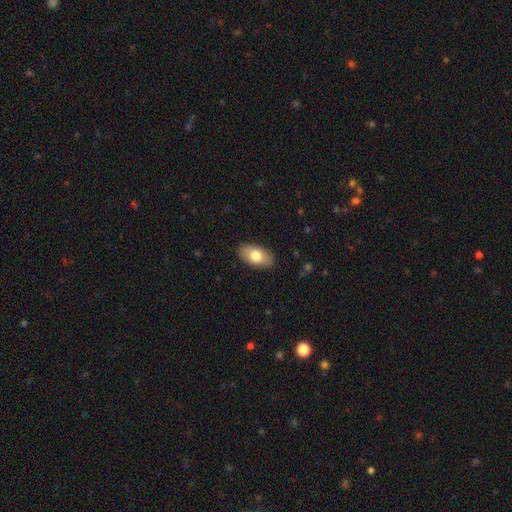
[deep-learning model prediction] smooth-or-featured: smooth: 76% | featured or disk: 18% | star or artifact: 6%
  how-rounded: in between: 93% | round: 4% | cigar-shaped: 3%
  merging: none: 88% | minor disturbance: 9% | major disturbance: 2% | merger: 1%